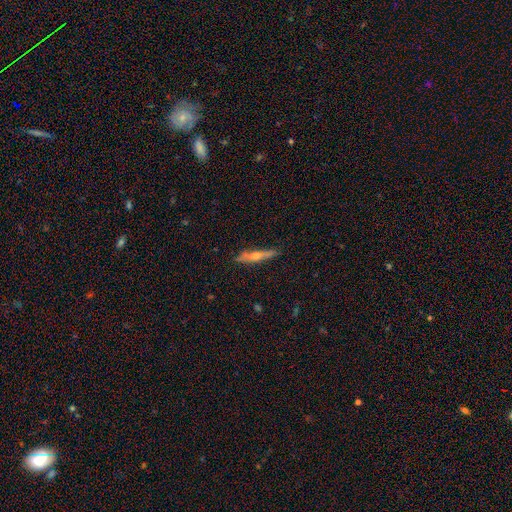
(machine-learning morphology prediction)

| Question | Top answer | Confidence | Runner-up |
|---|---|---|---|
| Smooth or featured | featured or disk | 61% | smooth (33%) |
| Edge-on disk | yes | 94% | no (6%) |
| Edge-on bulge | rounded | 89% | none (7%) |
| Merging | none | 86% | minor disturbance (11%) |